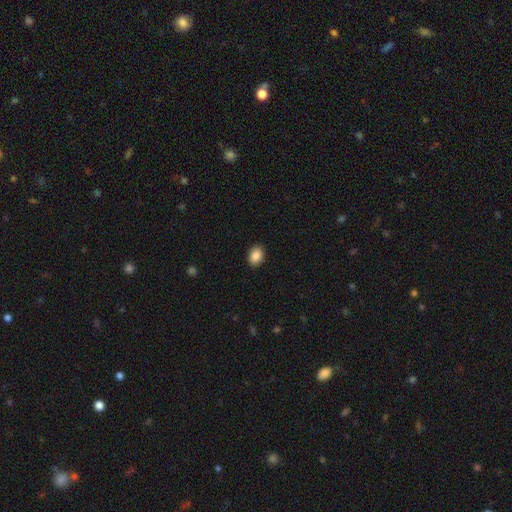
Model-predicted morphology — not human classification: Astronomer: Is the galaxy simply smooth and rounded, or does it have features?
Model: smooth — 88%.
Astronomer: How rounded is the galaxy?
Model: in between — 73%.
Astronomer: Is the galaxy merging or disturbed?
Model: none — 90%.